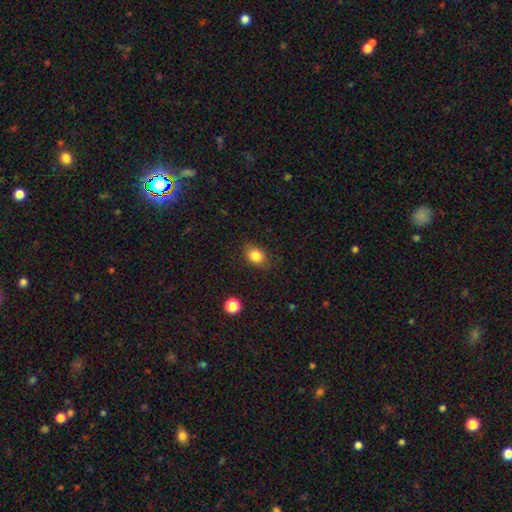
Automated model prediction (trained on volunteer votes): A smooth galaxy with no disk features (83%) that is in between round and cigar-shaped (61%).

Vote fractions:
- Smooth or featured? smooth: 83% / star or artifact: 10% / featured or disk: 7%
- How rounded? in between: 61% / round: 38% / cigar-shaped: 1%
- Merging? none: 80% / minor disturbance: 15% / major disturbance: 4% / merger: 1%